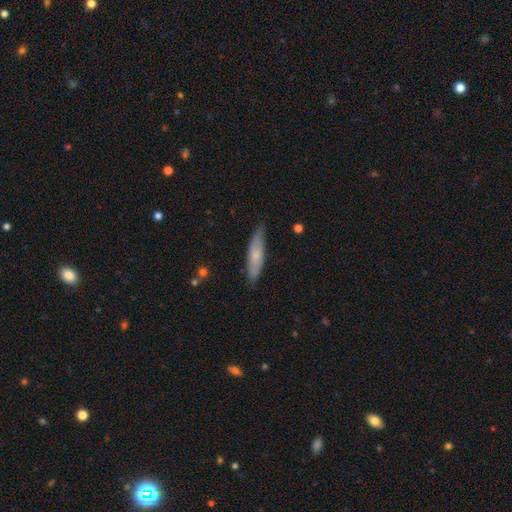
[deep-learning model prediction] This appears to be a smooth galaxy with no disk features (65%) that is cigar-shaped (75%). Merging: none (80%).